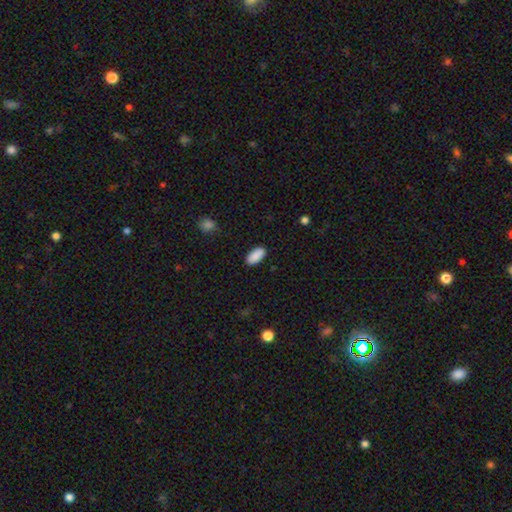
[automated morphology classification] Smooth or featured: smooth — 90% (star or artifact — 6%)
How rounded: in between — 93% (cigar-shaped — 5%)
Merging: none — 88% (minor disturbance — 9%)